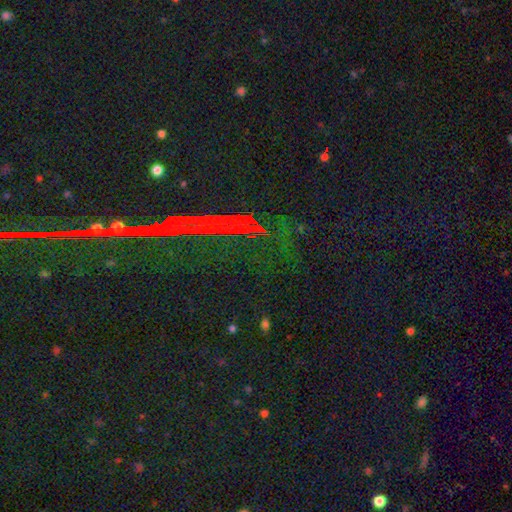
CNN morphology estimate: A star or artifact, not a galaxy (84%).